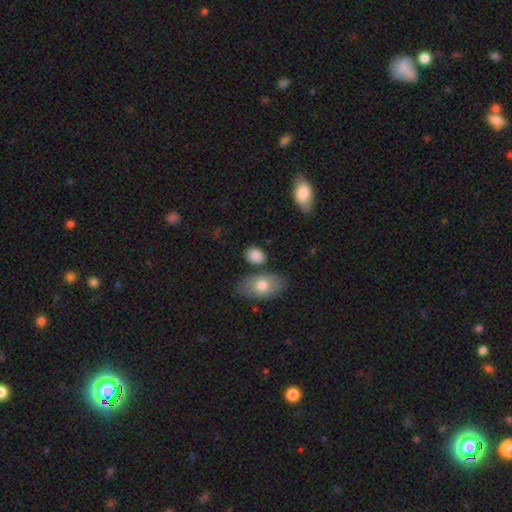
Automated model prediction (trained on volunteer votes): A smooth galaxy with no disk features (85%) that is in between round and cigar-shaped (74%).

Vote fractions:
- Smooth or featured? smooth: 85% / star or artifact: 8% / featured or disk: 7%
- How rounded? in between: 74% / round: 24% / cigar-shaped: 2%
- Merging? none: 71% / minor disturbance: 15% / merger: 10% / major disturbance: 4%